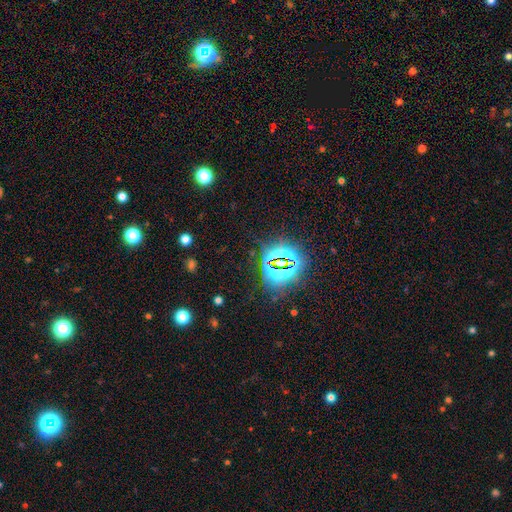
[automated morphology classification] star or artifact 78%, smooth 14%, featured or disk 8%.